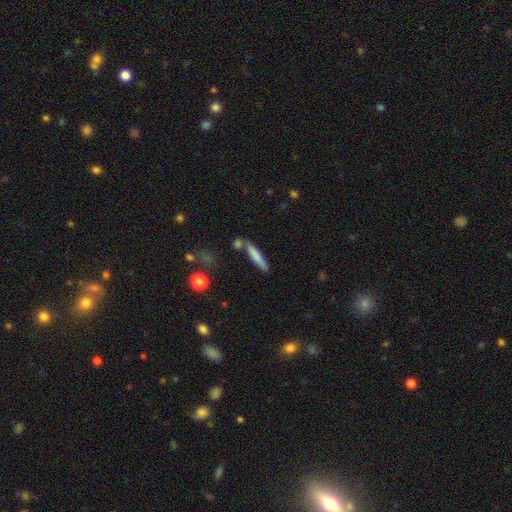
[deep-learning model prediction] smooth 72%, featured or disk 21%, star or artifact 7%. Down the decision tree: how rounded — cigar-shaped (90%); merging — none (72%).